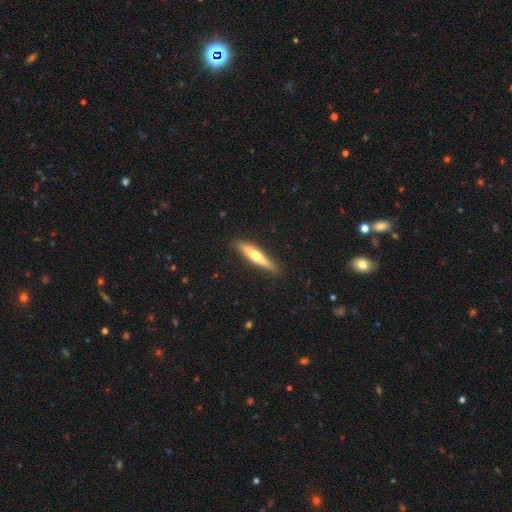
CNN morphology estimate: type=featured or disk (49%); merging=none (88%).